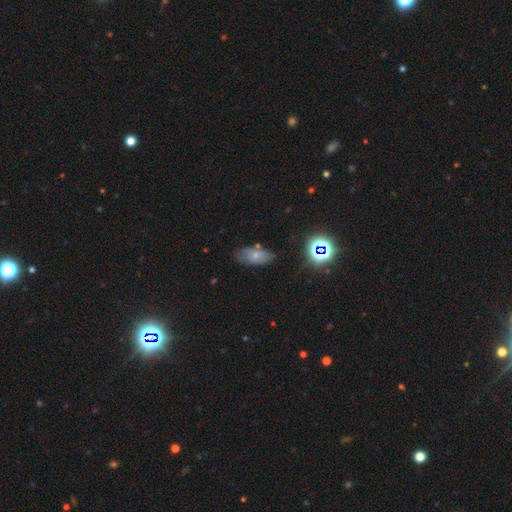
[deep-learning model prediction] Smooth or featured? smooth (67%)
How rounded? in between (90%)
Merging? none (68%)